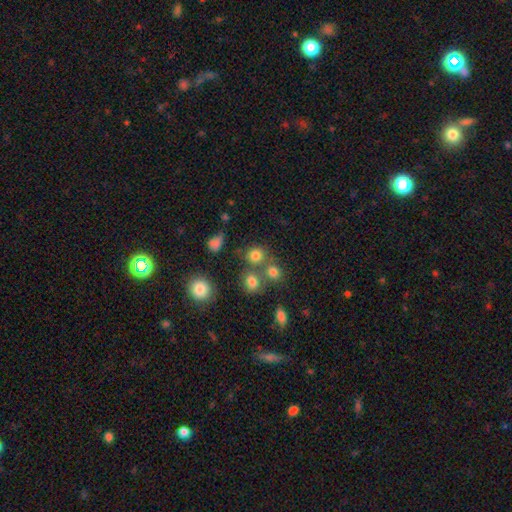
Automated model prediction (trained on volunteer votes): Overall: smooth (77%). How rounded: round (80%). Merging: none (60%; merger 25%).